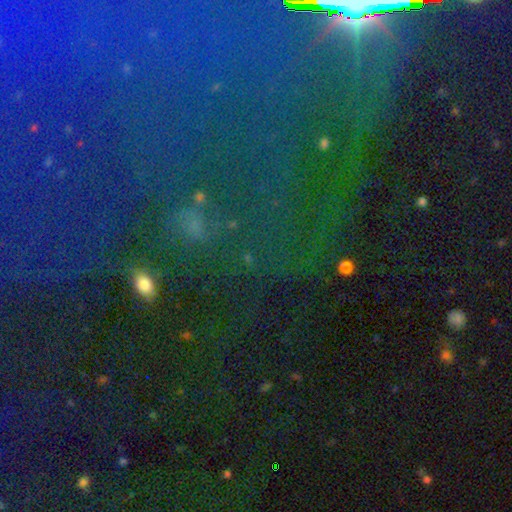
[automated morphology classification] smooth_or_featured: star or artifact (p=0.71) [alt: smooth p=0.16]